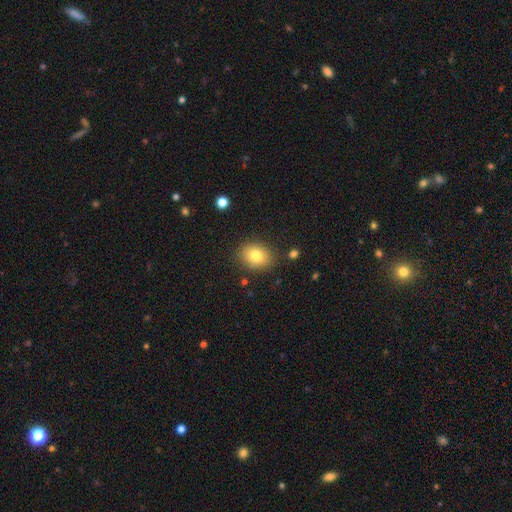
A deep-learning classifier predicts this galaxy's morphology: Q: Smooth or featured?
A: smooth (80%); runner-up: featured or disk (11%)
Q: How rounded?
A: in between (56%); runner-up: round (43%)
Q: Merging?
A: none (84%); runner-up: minor disturbance (11%)